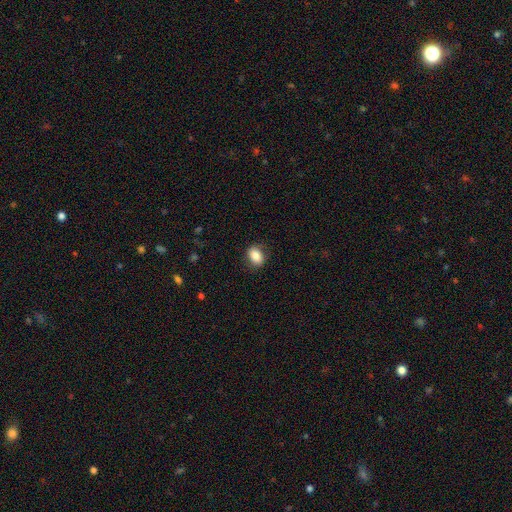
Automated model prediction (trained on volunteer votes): smooth_or_featured: smooth (p=0.84) [alt: star or artifact p=0.08]
how_rounded: in between (p=0.71) [alt: round p=0.28]
merging: none (p=0.82) [alt: minor disturbance p=0.13]